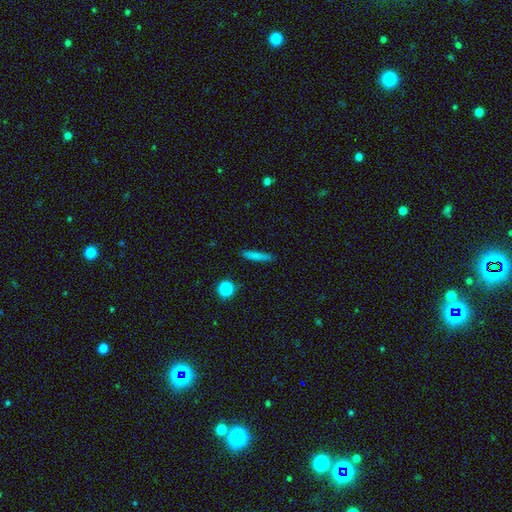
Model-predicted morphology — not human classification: This appears to be a smooth galaxy with no disk features (77%) that is cigar-shaped (89%). Merging: none (86%).